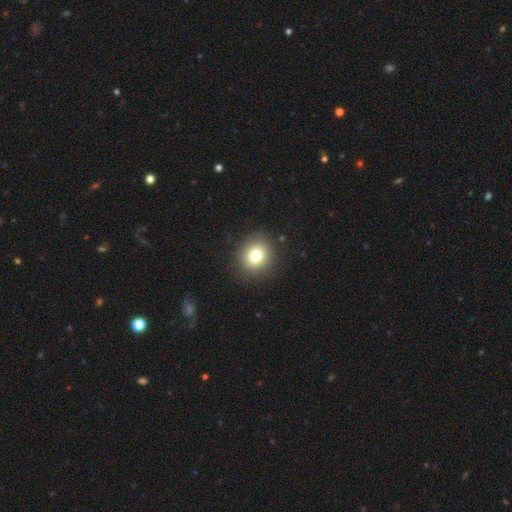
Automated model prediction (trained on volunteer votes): smooth 78%, star or artifact 12%, featured or disk 10%. Down the decision tree: how rounded — round (79%); merging — none (88%).